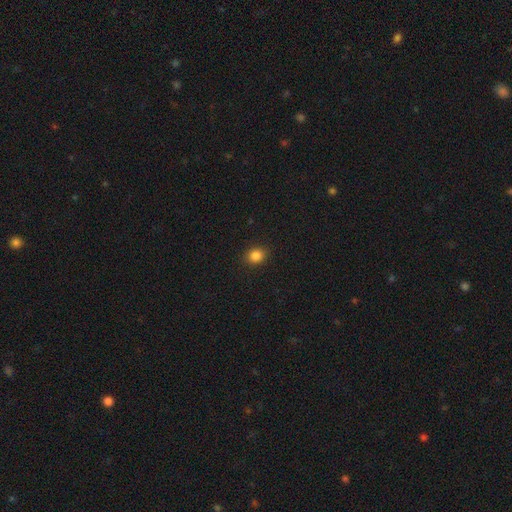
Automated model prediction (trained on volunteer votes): Q: Smooth or featured?
A: smooth (85%); runner-up: star or artifact (12%)
Q: How rounded?
A: round (68%); runner-up: in between (31%)
Q: Merging?
A: none (91%); runner-up: minor disturbance (6%)